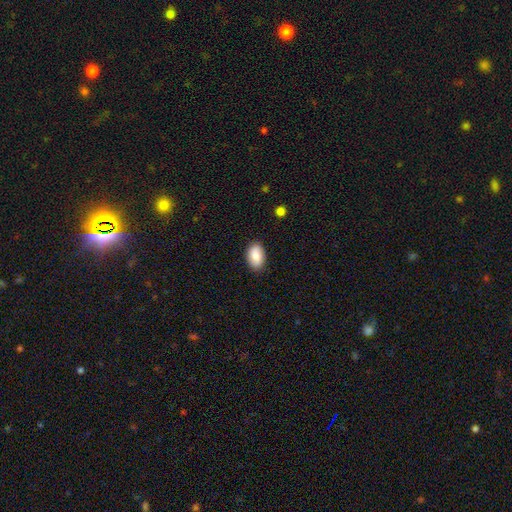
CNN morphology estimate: Smooth or featured: smooth — 83% (featured or disk — 11%)
How rounded: in between — 91% (round — 8%)
Merging: none — 86% (minor disturbance — 10%)